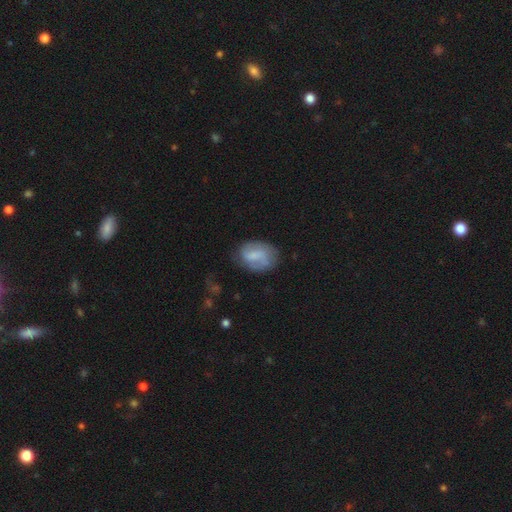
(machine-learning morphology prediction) This is possibly a smooth galaxy (49%). Merging: likely none (66%).